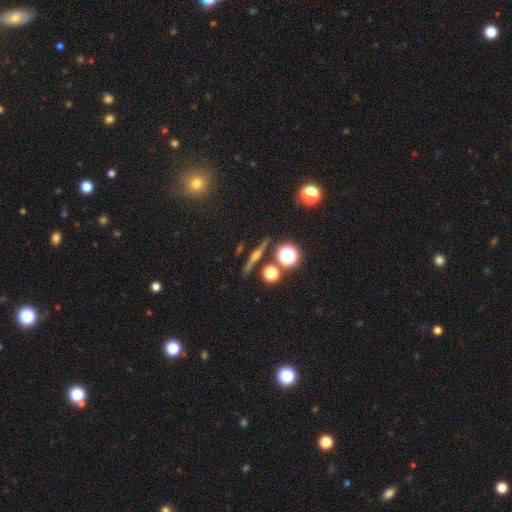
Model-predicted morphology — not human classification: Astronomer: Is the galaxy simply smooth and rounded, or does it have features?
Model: featured or disk — 64%.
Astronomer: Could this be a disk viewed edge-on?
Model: yes — 96%.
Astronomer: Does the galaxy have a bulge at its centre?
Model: rounded — 84%.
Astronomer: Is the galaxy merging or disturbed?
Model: none — 87%.